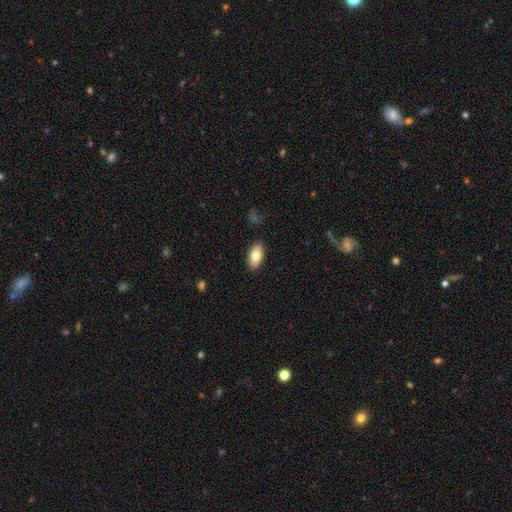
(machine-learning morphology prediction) A smooth galaxy with no disk features (78%) that is in between round and cigar-shaped (93%). Merging: none (89%).